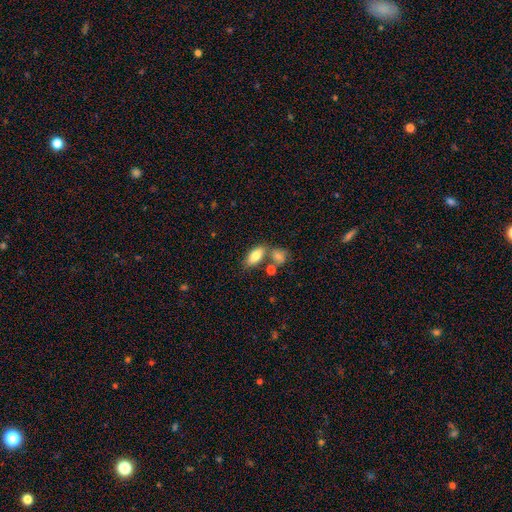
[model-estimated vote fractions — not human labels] Q: Smooth or featured?
A: smooth (81%); runner-up: featured or disk (12%)
Q: How rounded?
A: in between (87%); runner-up: cigar-shaped (9%)
Q: Merging?
A: none (56%); runner-up: merger (27%)